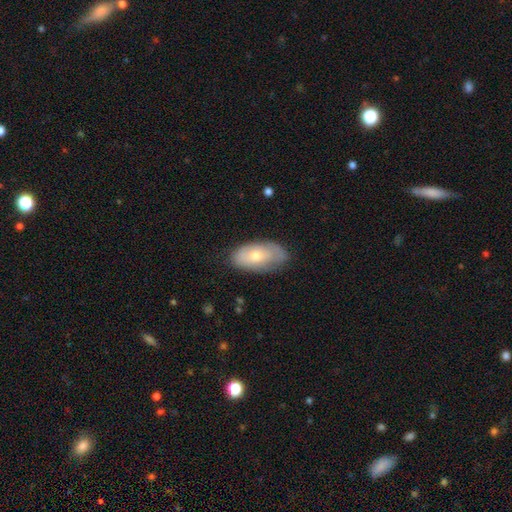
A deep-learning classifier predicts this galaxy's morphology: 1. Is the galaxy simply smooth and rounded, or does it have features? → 62% smooth, 32% featured or disk, 7% star or artifact.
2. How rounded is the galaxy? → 92% in between, 4% round, 3% cigar-shaped.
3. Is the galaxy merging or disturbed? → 68% none, 24% minor disturbance, 6% major disturbance, 1% merger.